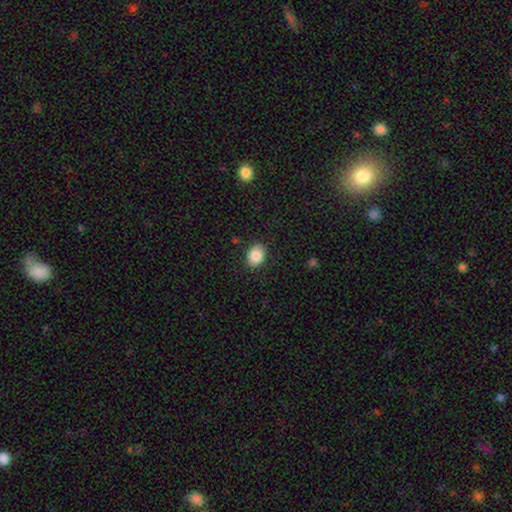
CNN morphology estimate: This is clearly a smooth galaxy (86%). How rounded: likely in between (62%). Merging: clearly none (86%).